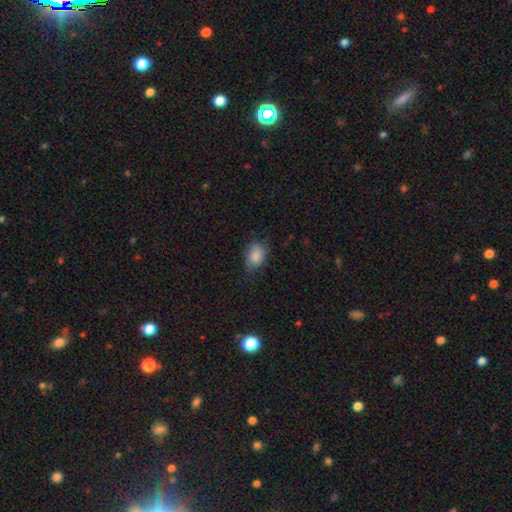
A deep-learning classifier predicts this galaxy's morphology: This appears to be a smooth galaxy with no disk features (86%) that is in between round and cigar-shaped (79%). Merging: none (72%).